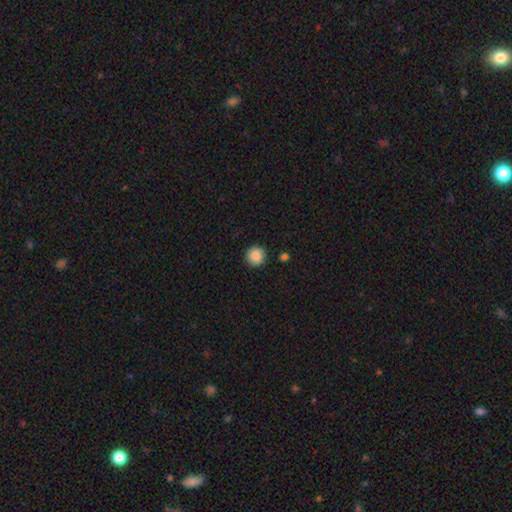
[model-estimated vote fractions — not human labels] Smooth or featured: smooth — 88% (star or artifact — 8%)
How rounded: round — 94% (in between — 5%)
Merging: none — 90% (minor disturbance — 7%)